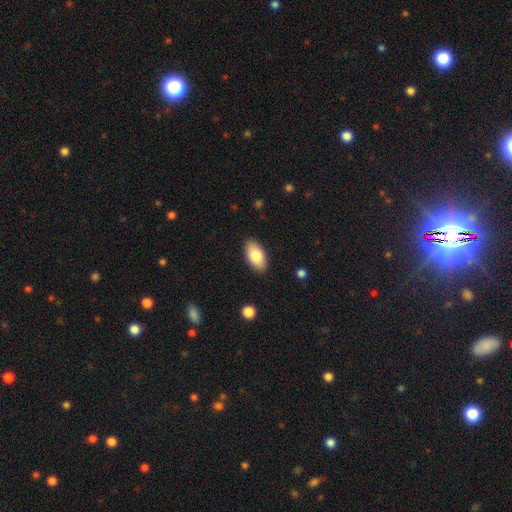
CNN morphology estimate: This appears to be a smooth galaxy with no disk features (80%) that is in between round and cigar-shaped (94%). Merging: none (88%).